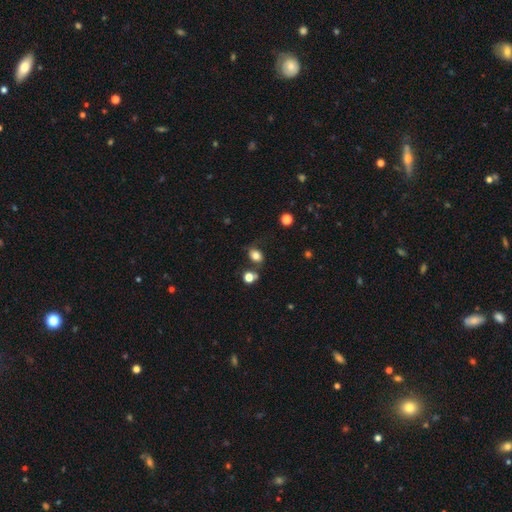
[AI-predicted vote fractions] smooth-or-featured: smooth: 78% | star or artifact: 13% | featured or disk: 9%
  how-rounded: in between: 61% | round: 37% | cigar-shaped: 1%
  merging: none: 68% | minor disturbance: 17% | merger: 9% | major disturbance: 6%